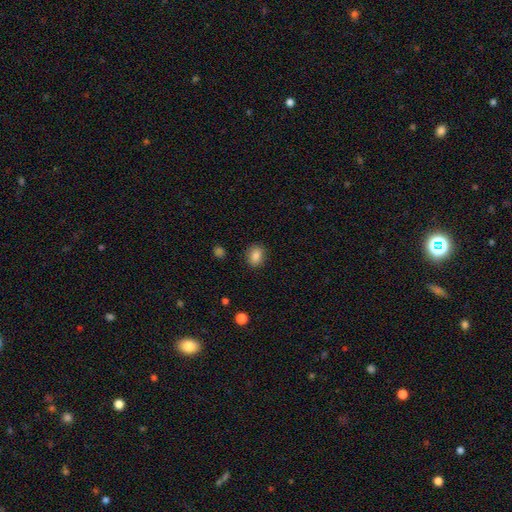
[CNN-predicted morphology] Smooth or featured: smooth — 86% (star or artifact — 9%)
How rounded: in between — 54% (round — 45%)
Merging: none — 87% (minor disturbance — 9%)